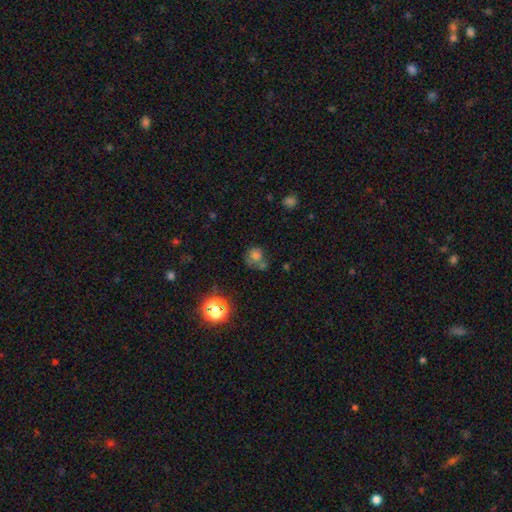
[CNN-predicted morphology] Q: Smooth or featured?
A: smooth (68%); runner-up: star or artifact (18%)
Q: How rounded?
A: round (80%); runner-up: in between (19%)
Q: Merging?
A: none (43%); runner-up: merger (29%)